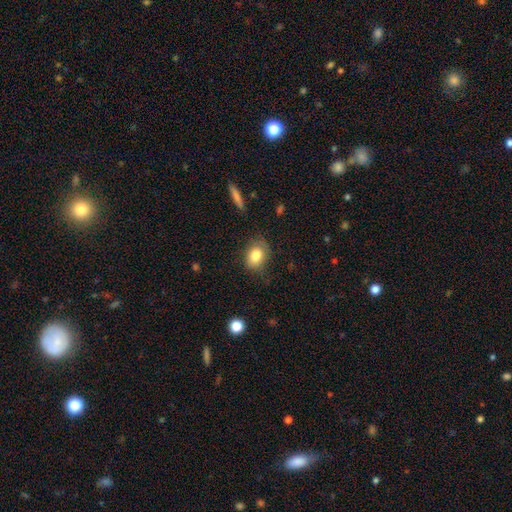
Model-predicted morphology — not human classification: Smooth or featured? Predicted: smooth (p=0.81). How rounded? Predicted: in between (p=0.65). Merging? Predicted: none (p=0.74).